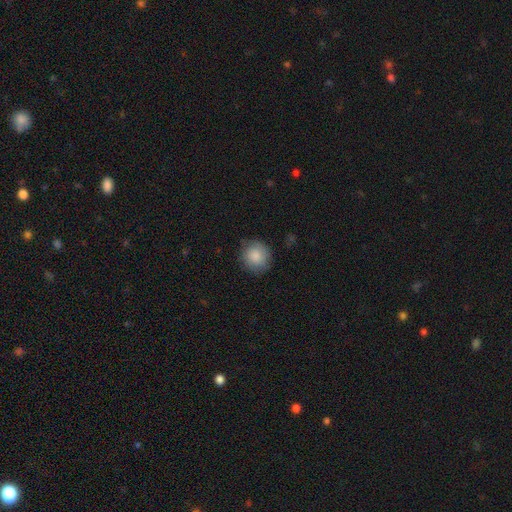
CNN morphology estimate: Smooth or featured? smooth (85%)
How rounded? round (86%)
Merging? none (78%)